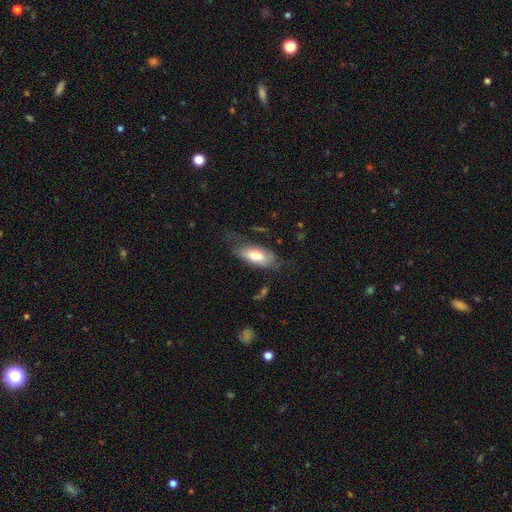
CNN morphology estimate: This appears to be a smooth galaxy with no disk features (72%) that is in between round and cigar-shaped (86%). Merging: none (46%).